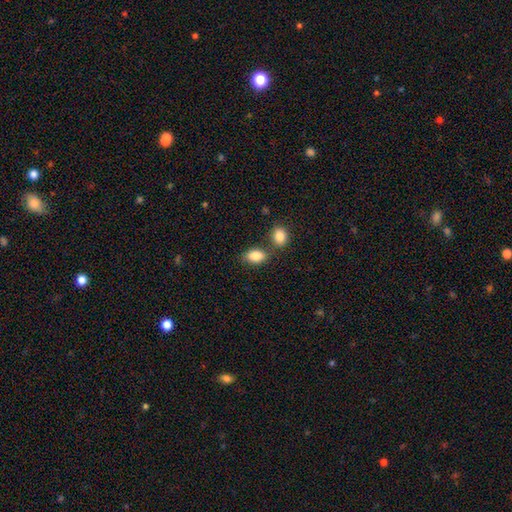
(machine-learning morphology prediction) Smooth or featured?
  - smooth: 86% *
  - star or artifact: 8%
  - featured or disk: 6%
How rounded?
  - in between: 87% *
  - round: 12%
  - cigar-shaped: 2%
Merging?
  - none: 60% *
  - merger: 24%
  - minor disturbance: 13%
  - major disturbance: 4%